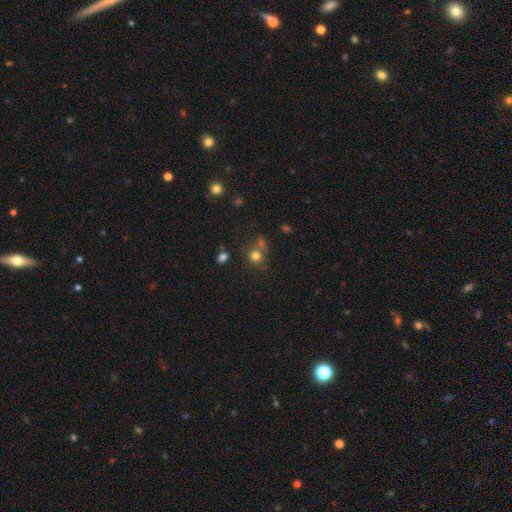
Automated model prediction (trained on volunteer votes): Morphology: type=smooth (76%); roundness=round (81%); merging=none (54%).